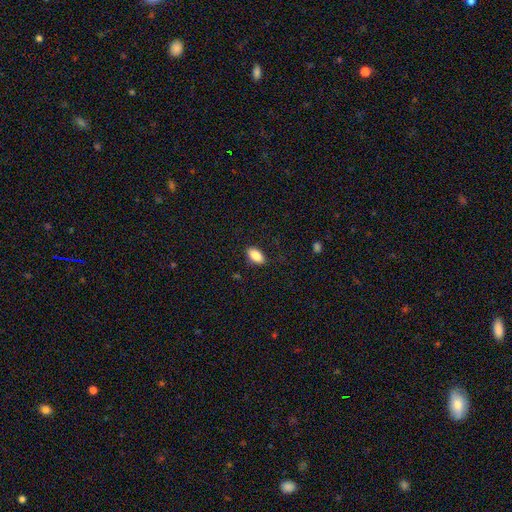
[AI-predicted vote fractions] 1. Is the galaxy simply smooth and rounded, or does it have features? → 85% smooth, 7% star or artifact, 7% featured or disk.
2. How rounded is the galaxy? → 91% in between, 5% cigar-shaped, 4% round.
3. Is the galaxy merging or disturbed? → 86% none, 10% minor disturbance, 3% major disturbance, 1% merger.